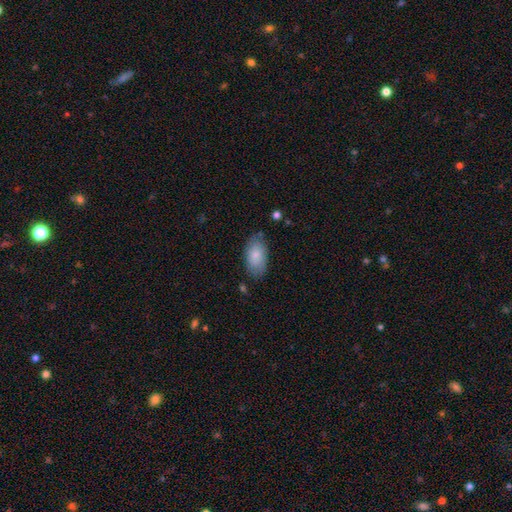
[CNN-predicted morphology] A smooth galaxy with no disk features (80%) that is in between round and cigar-shaped (94%). Merging: none (75%).